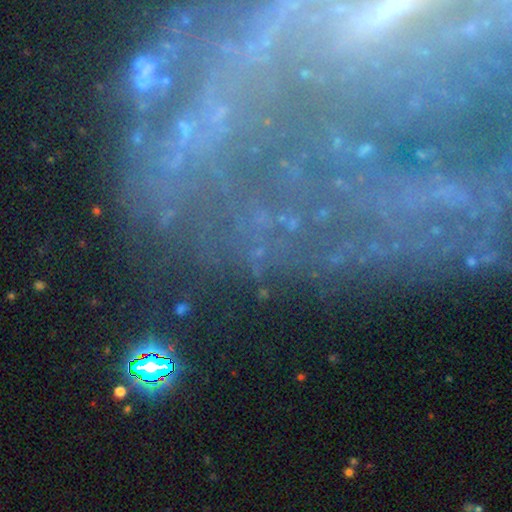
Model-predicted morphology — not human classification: star or artifact 49%, featured or disk 33%, smooth 18%.